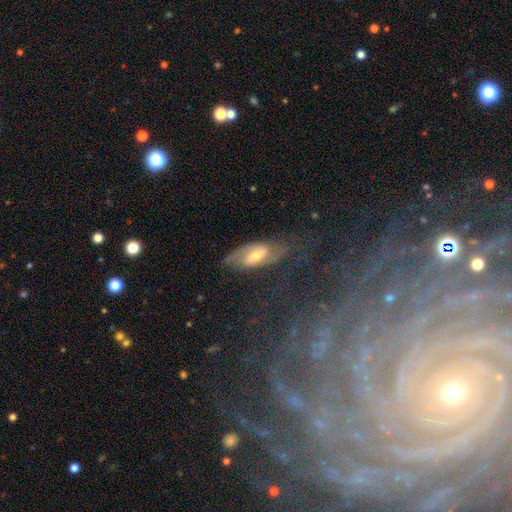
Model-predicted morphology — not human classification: The model was most divided on "bar": weak: 46%, strong: 33%, no: 21%. More confident: edge-on disk — no (87%); spiral arms — yes (84%); smooth or featured — featured or disk (68%); merging — none (67%); bulge size — moderate (60%).